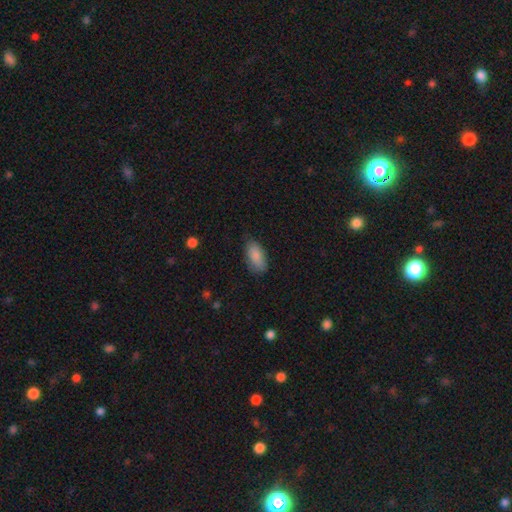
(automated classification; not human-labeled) Overall: smooth (88%). How rounded: in between (91%). Merging: none (77%).